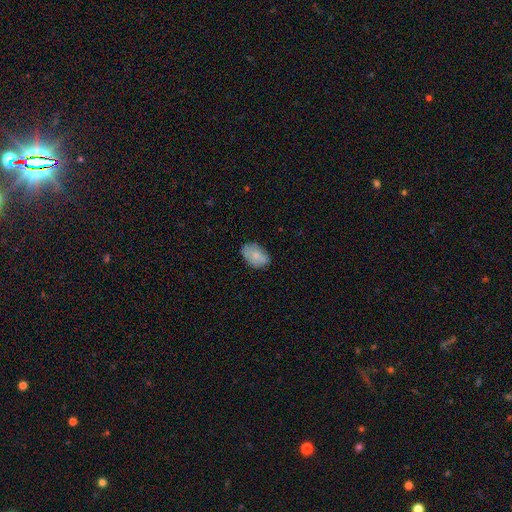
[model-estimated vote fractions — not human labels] A smooth galaxy with no disk features (79%) that is in between round and cigar-shaped (88%).

Vote fractions:
- Smooth or featured? smooth: 79% / featured or disk: 14% / star or artifact: 7%
- How rounded? in between: 88% / round: 10% / cigar-shaped: 1%
- Merging? none: 76% / minor disturbance: 19% / major disturbance: 4% / merger: 1%